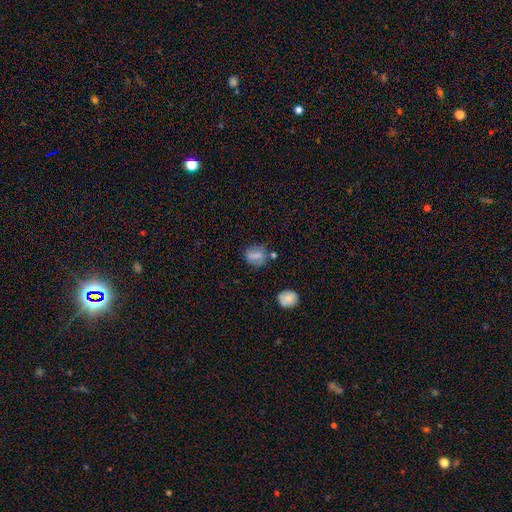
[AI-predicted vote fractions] smooth 73%, featured or disk 15%, star or artifact 11%. Down the decision tree: how rounded — round (55%); merging — none (65%).